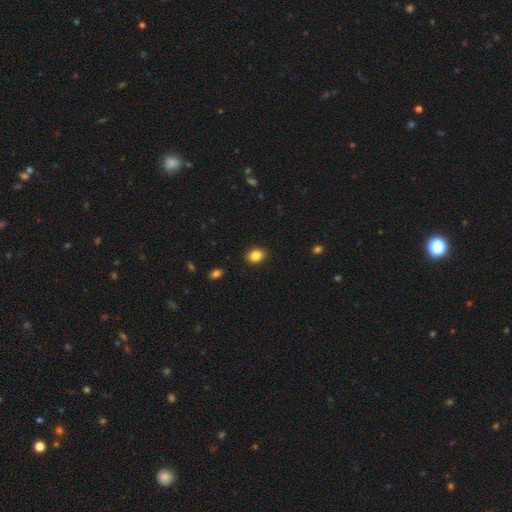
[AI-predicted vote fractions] Q: Smooth or featured?
A: smooth (85%); runner-up: star or artifact (9%)
Q: How rounded?
A: in between (54%); runner-up: round (45%)
Q: Merging?
A: none (88%); runner-up: minor disturbance (9%)